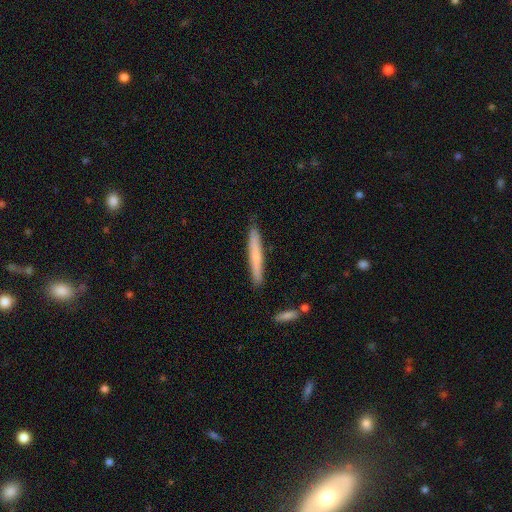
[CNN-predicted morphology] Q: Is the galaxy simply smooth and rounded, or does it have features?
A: smooth — 61%.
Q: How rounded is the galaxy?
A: cigar-shaped — 96%.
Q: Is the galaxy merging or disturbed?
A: none — 87%.